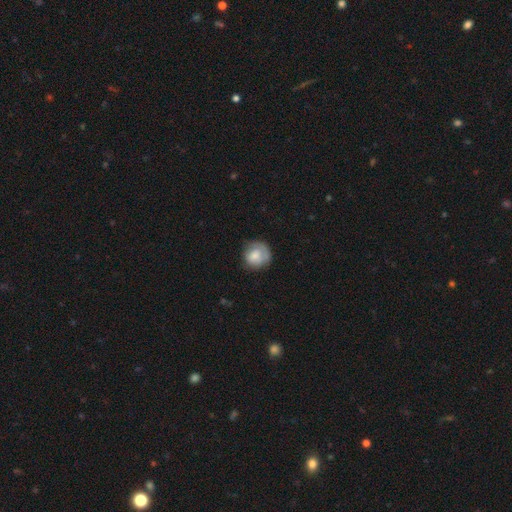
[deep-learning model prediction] Overall: smooth (72%). How rounded: round (84%). Merging: none (62%; minor disturbance 25%).